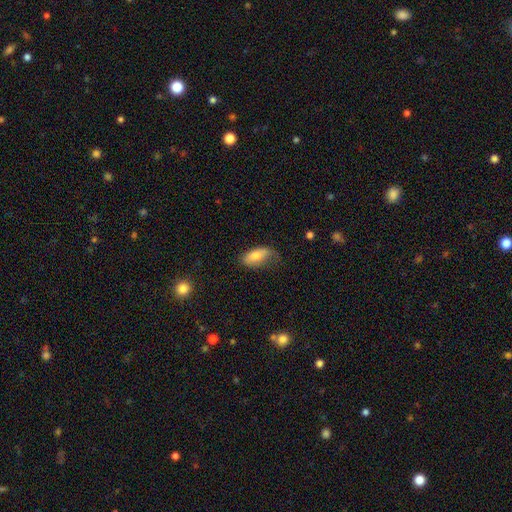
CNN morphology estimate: This appears to be a smooth galaxy with no disk features (75%) that is in between round and cigar-shaped (88%). Merging: none (47%).